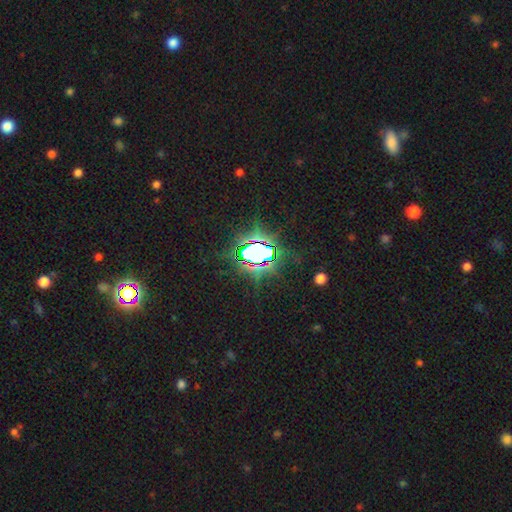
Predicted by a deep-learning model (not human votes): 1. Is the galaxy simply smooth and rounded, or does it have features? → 82% star or artifact, 10% smooth, 7% featured or disk.